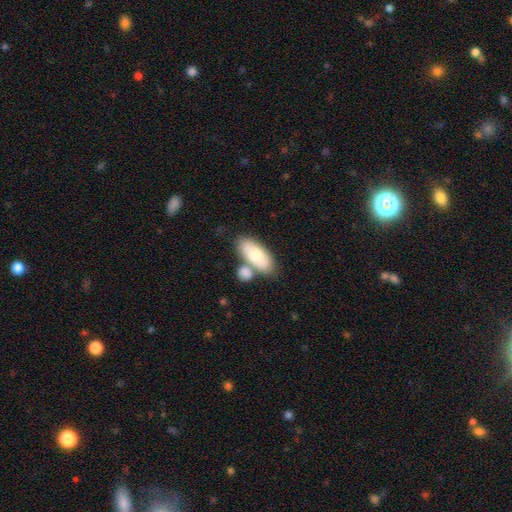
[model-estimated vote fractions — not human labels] Smooth or featured? smooth (77%)
How rounded? in between (84%)
Merging? none (49%)